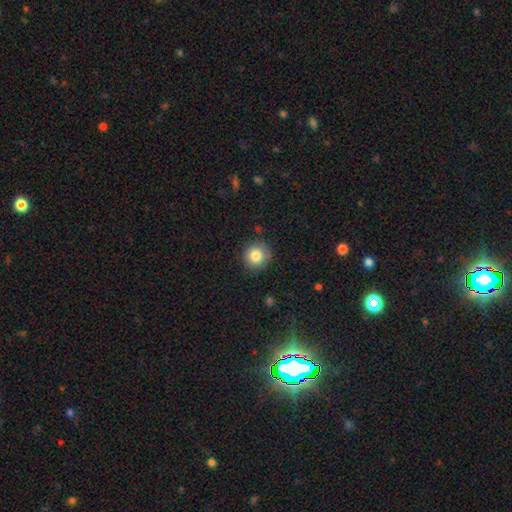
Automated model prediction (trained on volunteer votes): Smooth or featured? Predicted: smooth (p=0.83). How rounded? Predicted: round (p=0.92). Merging? Predicted: none (p=0.86).